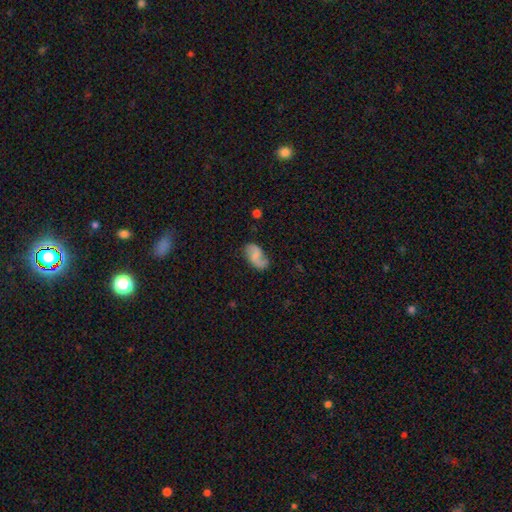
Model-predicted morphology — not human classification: Smooth or featured?
  - featured or disk: 57% *
  - smooth: 35%
  - star or artifact: 8%
Edge-on disk?
  - no: 97% *
  - yes: 3%
Bar?
  - no: 46% *
  - weak: 42%
  - strong: 12%
Spiral arms?
  - yes: 90% *
  - no: 10%
Bulge size?
  - none: 56% *
  - small: 24%
  - moderate: 15%
  - large: 4%
  - dominant: 1%
Merging?
  - none: 71% *
  - minor disturbance: 20%
  - major disturbance: 7%
  - merger: 2%